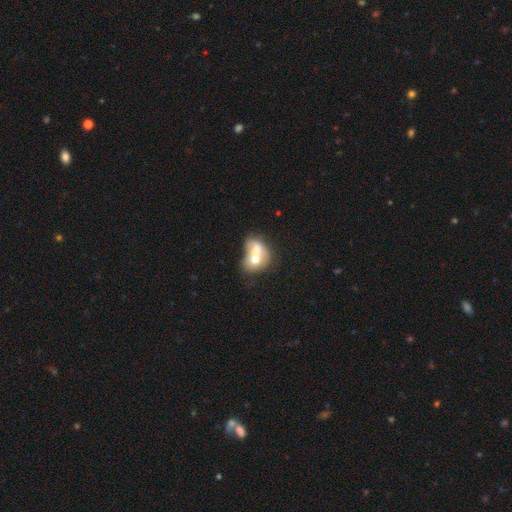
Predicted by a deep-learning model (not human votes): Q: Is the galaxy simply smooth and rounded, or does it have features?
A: smooth — 60%.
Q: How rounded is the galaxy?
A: in between — 59%.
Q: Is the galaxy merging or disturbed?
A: merger — 68%.